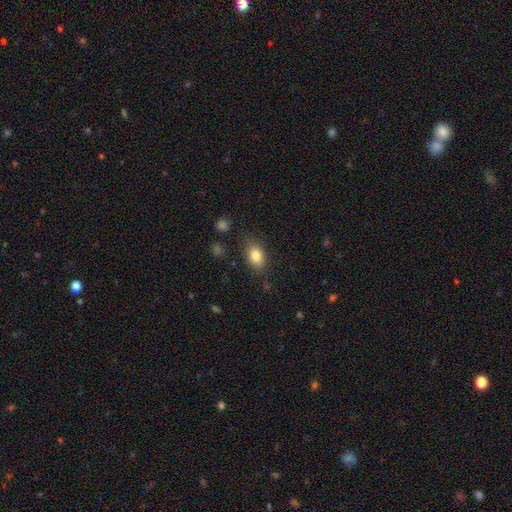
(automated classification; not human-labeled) A smooth galaxy with no disk features (83%) that is in between round and cigar-shaped (86%). Merging: none (79%).